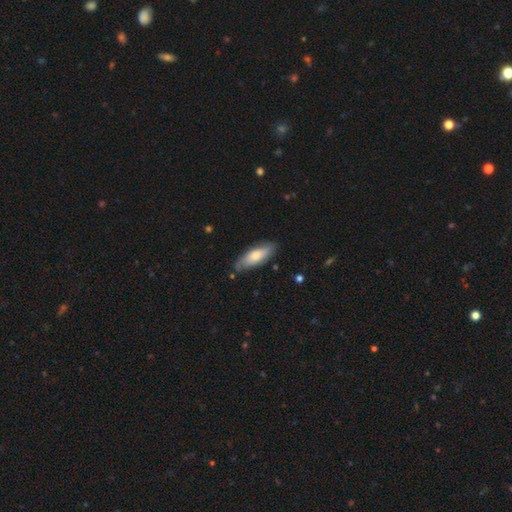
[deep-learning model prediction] Smooth or featured? smooth (70%)
How rounded? in between (68%)
Merging? none (78%)